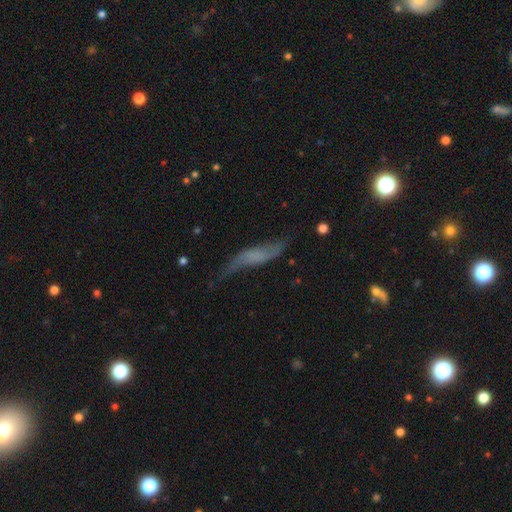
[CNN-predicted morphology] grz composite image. It shows a featured or disk galaxy (55%). Merging: none (50%).